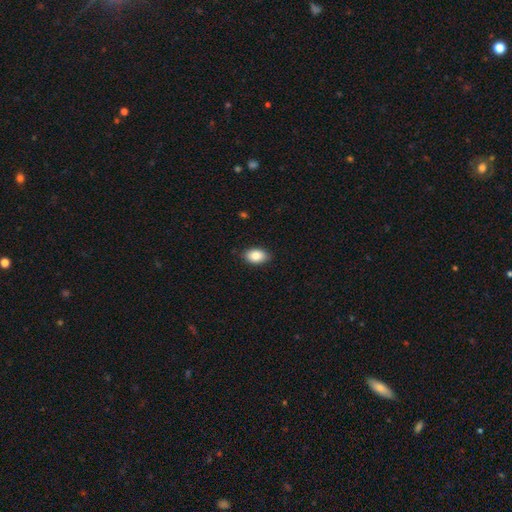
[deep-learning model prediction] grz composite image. It shows a smooth galaxy with no disk features (84%) that is in between round and cigar-shaped (89%). Merging: none (87%).